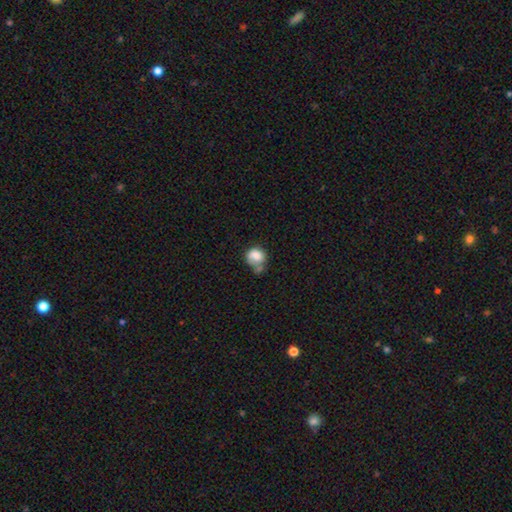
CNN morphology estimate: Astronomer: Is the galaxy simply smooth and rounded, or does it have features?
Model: smooth — 78%.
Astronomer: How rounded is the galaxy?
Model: round — 69%.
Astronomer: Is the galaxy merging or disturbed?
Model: none — 32% (runner-up: merger, 29%).